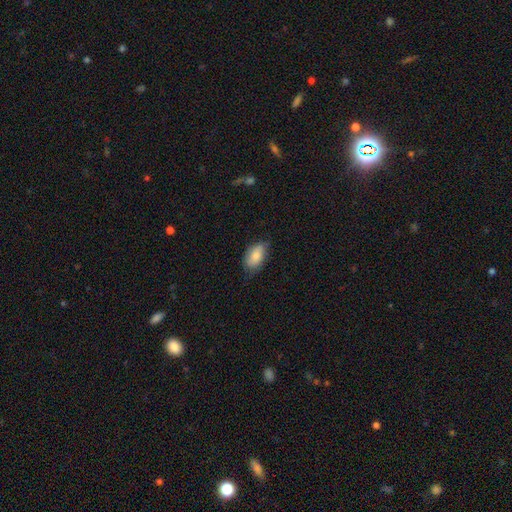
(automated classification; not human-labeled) Q: Smooth or featured?
A: smooth (80%); runner-up: featured or disk (14%)
Q: How rounded?
A: in between (92%); runner-up: round (5%)
Q: Merging?
A: none (67%); runner-up: minor disturbance (27%)